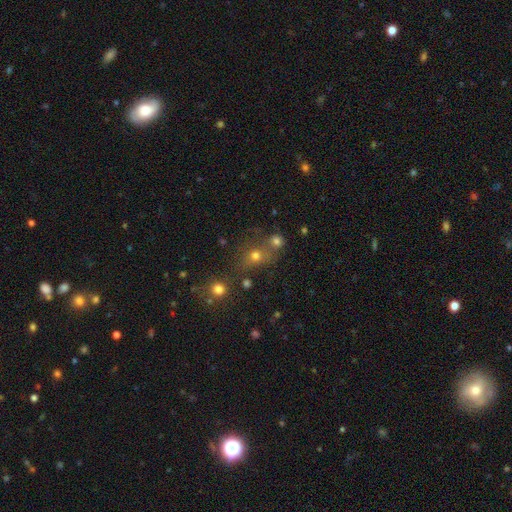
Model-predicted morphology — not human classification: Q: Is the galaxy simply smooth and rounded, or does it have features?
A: smooth — 61%.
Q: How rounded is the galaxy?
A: round — 69%.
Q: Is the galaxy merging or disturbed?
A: none — 54%.